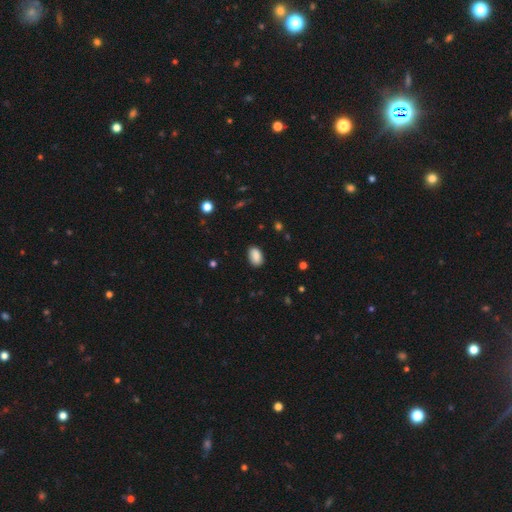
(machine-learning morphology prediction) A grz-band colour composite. It shows a smooth galaxy with no disk features (88%) that is in between round and cigar-shaped (91%). Merging: none (86%).